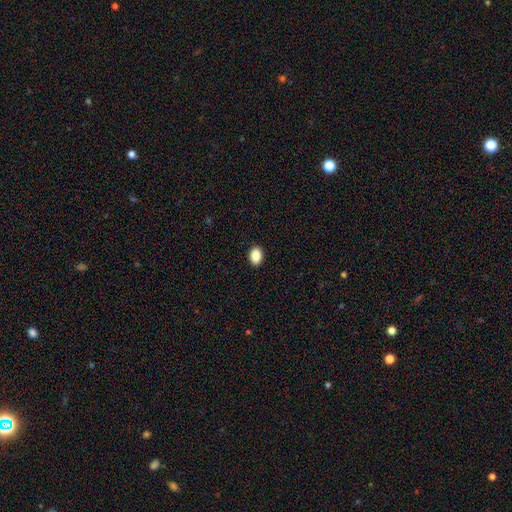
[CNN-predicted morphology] Q: Smooth or featured?
A: smooth (89%); runner-up: star or artifact (8%)
Q: How rounded?
A: in between (77%); runner-up: round (22%)
Q: Merging?
A: none (91%); runner-up: minor disturbance (6%)